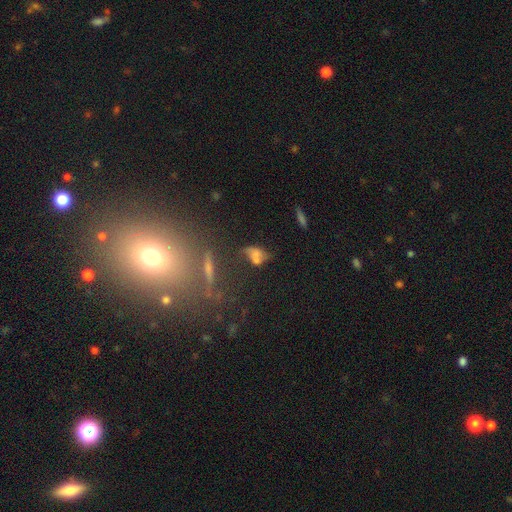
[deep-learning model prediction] Smooth or featured? smooth (48%)
Merging? none (36%)